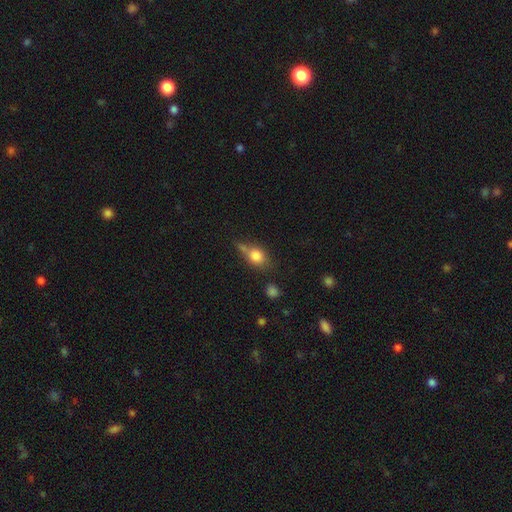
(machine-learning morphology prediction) A smooth galaxy with no disk features (75%) that is in between round and cigar-shaped (54%).

Vote fractions:
- Smooth or featured? smooth: 75% / featured or disk: 15% / star or artifact: 10%
- How rounded? in between: 54% / round: 41% / cigar-shaped: 5%
- Merging? none: 47% / minor disturbance: 25% / merger: 18% / major disturbance: 10%